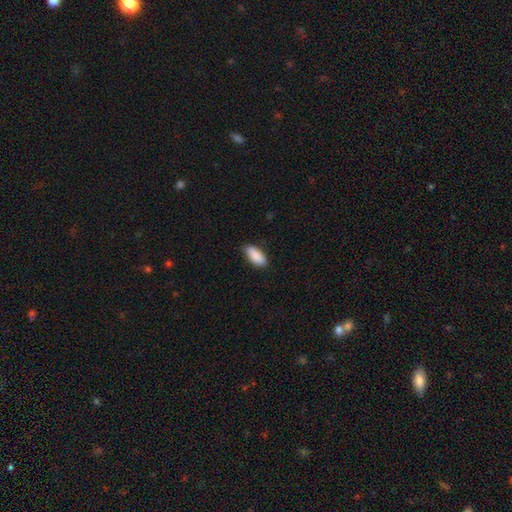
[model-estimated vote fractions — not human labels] Smooth or featured? smooth (89%)
How rounded? in between (87%)
Merging? none (81%)